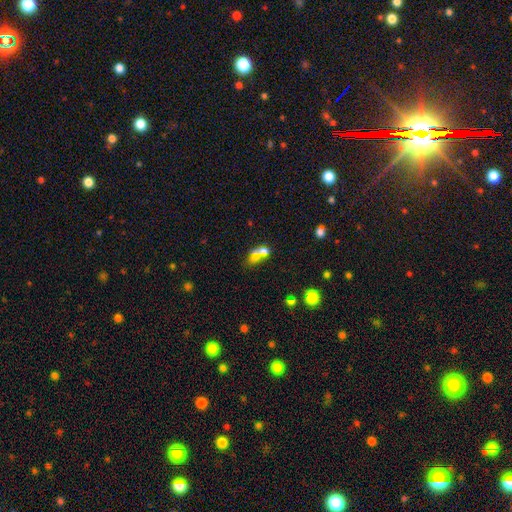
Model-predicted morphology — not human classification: Smooth or featured? Predicted: smooth (p=0.58). How rounded? Predicted: in between (p=0.60). Merging? Predicted: merger (p=0.44).